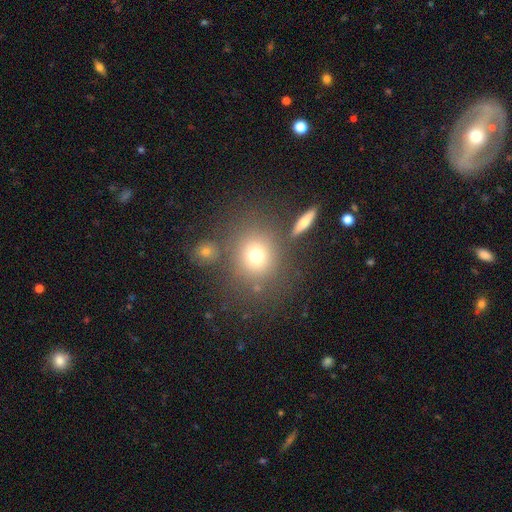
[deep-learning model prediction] Smooth or featured?
  - smooth: 71% *
  - star or artifact: 16%
  - featured or disk: 13%
How rounded?
  - round: 77% *
  - in between: 22%
  - cigar-shaped: 1%
Merging?
  - none: 75% *
  - minor disturbance: 11%
  - merger: 9%
  - major disturbance: 5%